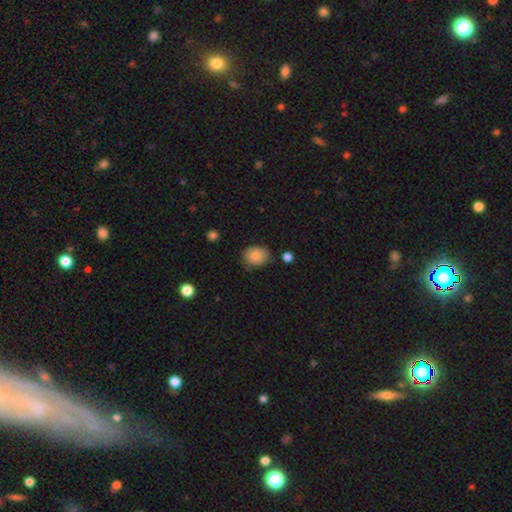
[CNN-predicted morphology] smooth_or_featured: smooth (p=0.87) [alt: star or artifact p=0.08]
how_rounded: in between (p=0.55) [alt: round p=0.44]
merging: none (p=0.76) [alt: minor disturbance p=0.17]